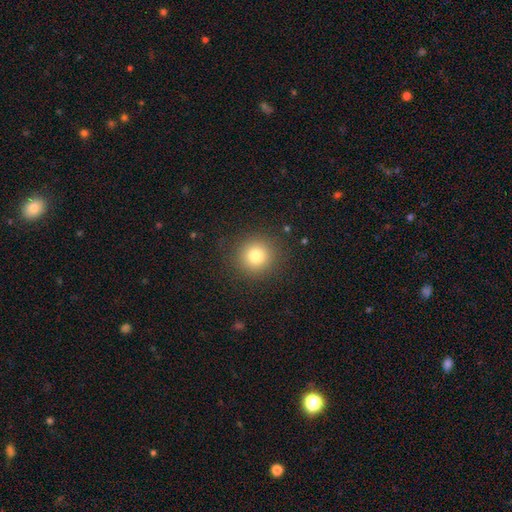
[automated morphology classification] Smooth or featured? Predicted: smooth (p=0.79). How rounded? Predicted: round (p=0.93). Merging? Predicted: none (p=0.88).